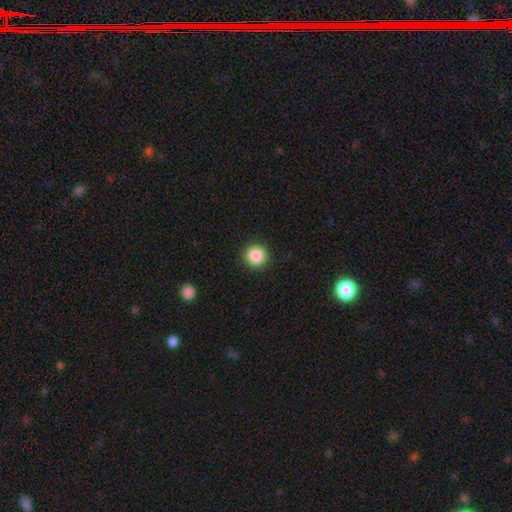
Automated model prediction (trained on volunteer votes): Smooth or featured?
  - smooth: 87% *
  - star or artifact: 9%
  - featured or disk: 4%
How rounded?
  - round: 94% *
  - in between: 5%
  - cigar-shaped: 1%
Merging?
  - none: 92% *
  - minor disturbance: 5%
  - major disturbance: 2%
  - merger: 1%